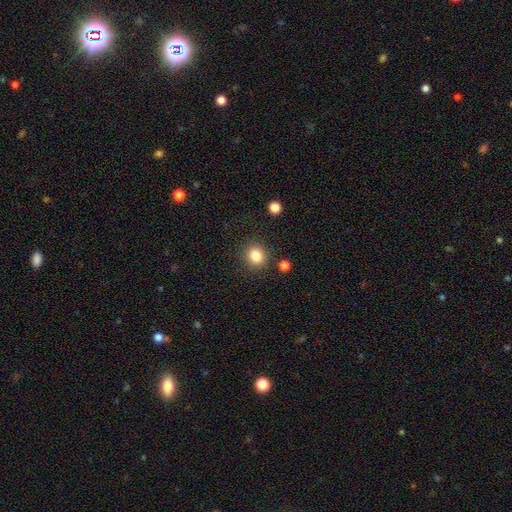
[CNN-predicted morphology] This is clearly a smooth galaxy (84%). How rounded: clearly round (84%). Merging: clearly none (86%).